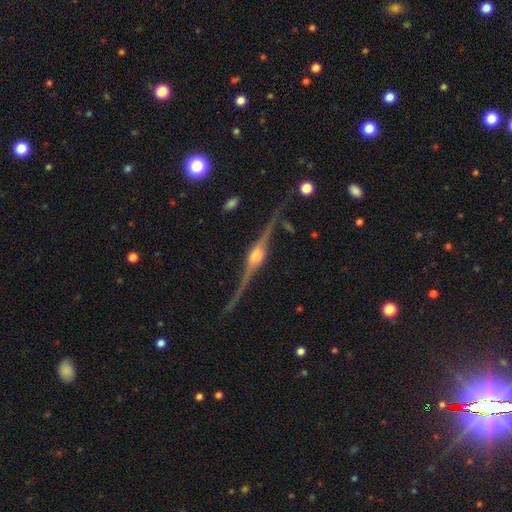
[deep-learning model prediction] This appears to be a featured or disk galaxy (91%) viewed edge-on (98%) with a rounded central bulge (93%). Merging: none (86%).